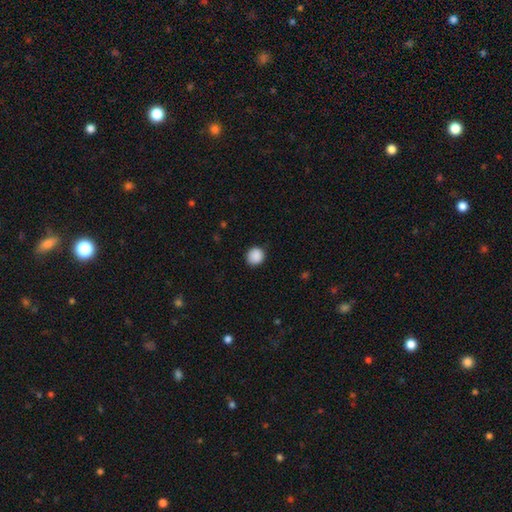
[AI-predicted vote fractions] Smooth or featured? smooth (89%)
How rounded? round (88%)
Merging? none (88%)